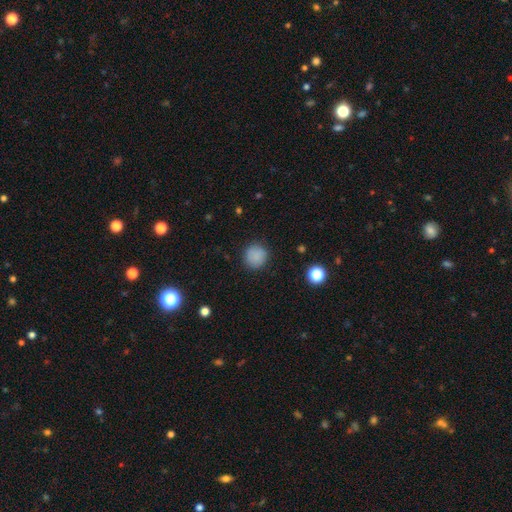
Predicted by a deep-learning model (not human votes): smooth_or_featured: smooth (p=0.86) [alt: star or artifact p=0.10]
how_rounded: round (p=0.92) [alt: in between p=0.07]
merging: none (p=0.87) [alt: minor disturbance p=0.09]